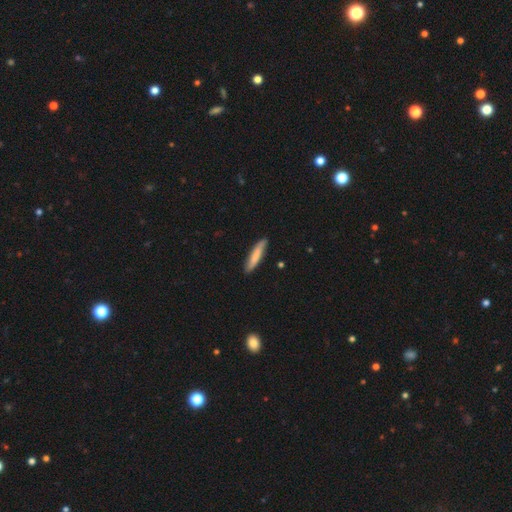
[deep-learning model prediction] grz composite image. It shows a smooth galaxy with no disk features (76%) that is cigar-shaped (89%). Merging: none (85%).